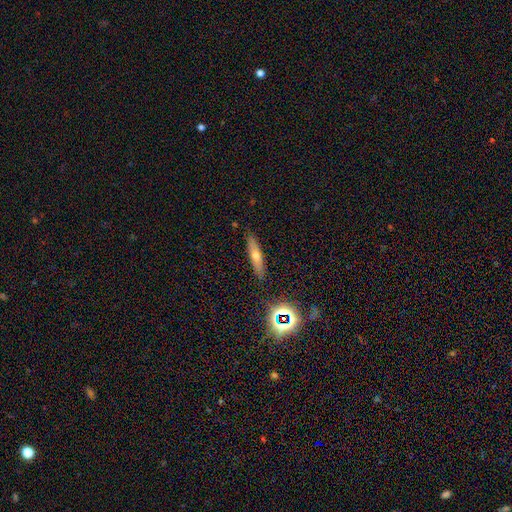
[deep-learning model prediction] Smooth or featured: smooth — 51% (featured or disk — 35%)
How rounded: cigar-shaped — 80% (in between — 17%)
Merging: none — 87% (minor disturbance — 9%)